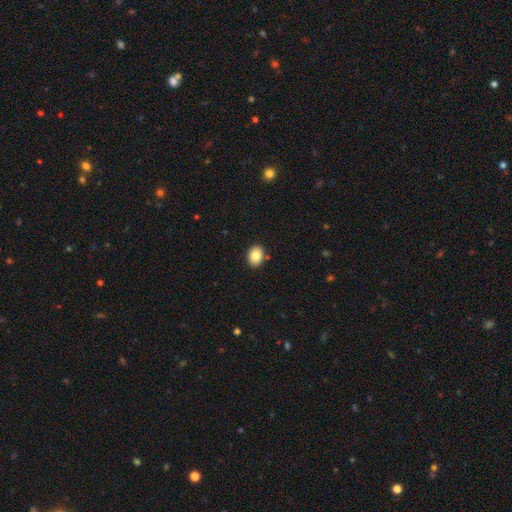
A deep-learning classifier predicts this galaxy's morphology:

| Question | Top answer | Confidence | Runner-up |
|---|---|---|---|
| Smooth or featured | smooth | 84% | featured or disk (8%) |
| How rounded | in between | 70% | round (29%) |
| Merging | none | 88% | minor disturbance (8%) |